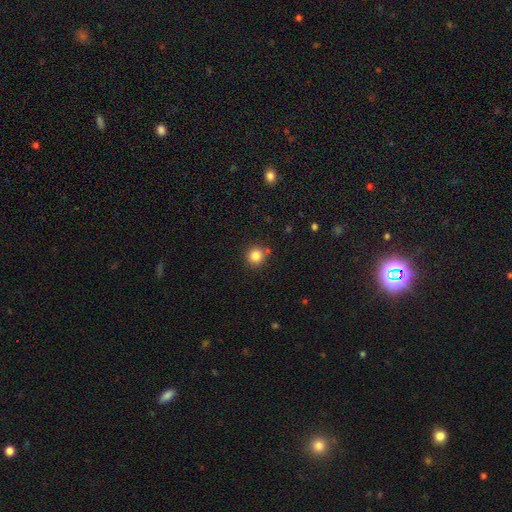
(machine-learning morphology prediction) smooth-or-featured: smooth: 84% | star or artifact: 11% | featured or disk: 5%
  how-rounded: round: 93% | in between: 6% | cigar-shaped: 1%
  merging: none: 85% | minor disturbance: 8% | merger: 5% | major disturbance: 2%